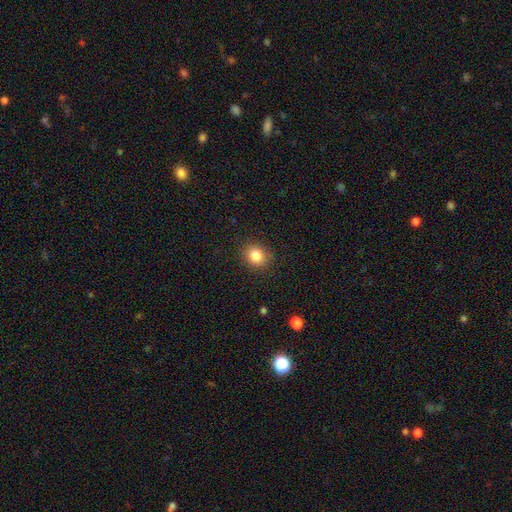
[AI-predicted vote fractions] A smooth galaxy with no disk features (83%) that is round (71%). Merging: none (88%).